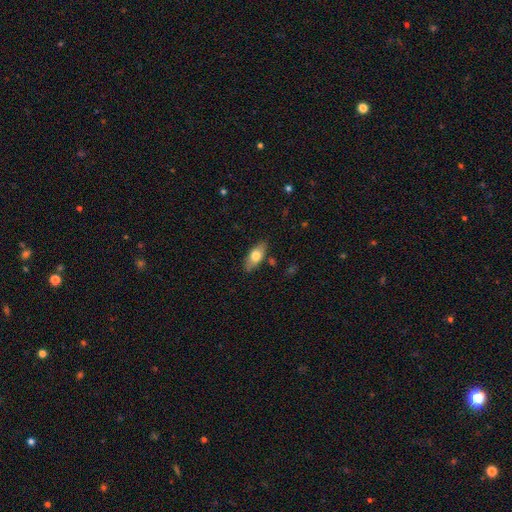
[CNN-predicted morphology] Smooth or featured: smooth — 71% (featured or disk — 23%)
How rounded: in between — 85% (cigar-shaped — 12%)
Merging: none — 83% (minor disturbance — 12%)